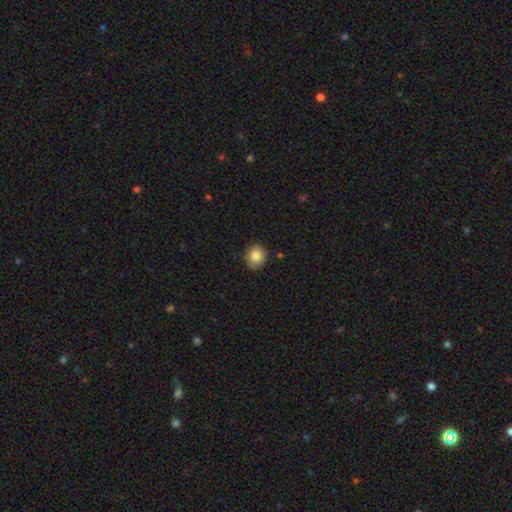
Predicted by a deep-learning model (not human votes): Q: Smooth or featured?
A: smooth (84%); runner-up: star or artifact (9%)
Q: How rounded?
A: round (76%); runner-up: in between (23%)
Q: Merging?
A: none (84%); runner-up: minor disturbance (12%)